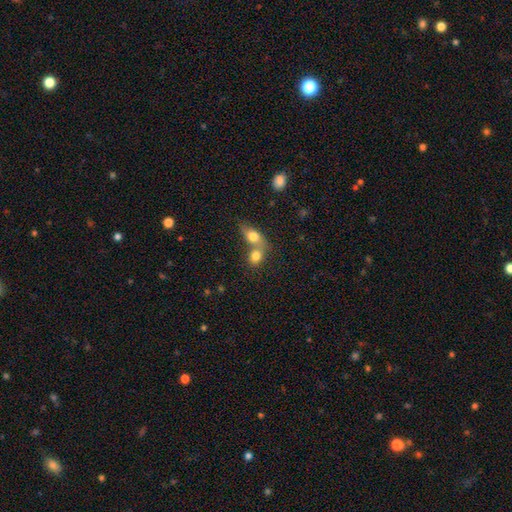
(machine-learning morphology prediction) This appears to be a smooth galaxy with no disk features (79%) that is in between round and cigar-shaped (56%). Merging: merger (64%).